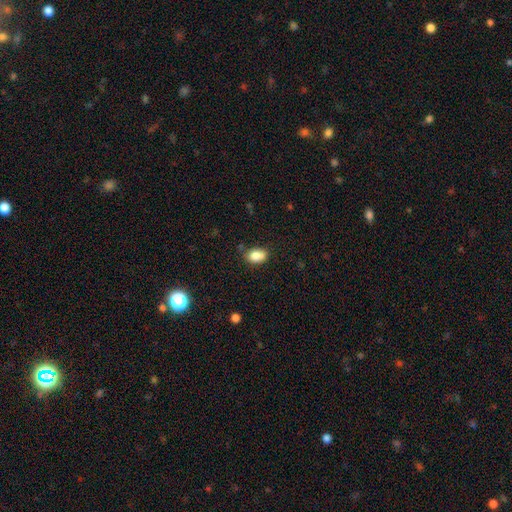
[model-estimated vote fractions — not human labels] Q: Smooth or featured?
A: smooth (84%); runner-up: star or artifact (9%)
Q: How rounded?
A: in between (81%); runner-up: round (18%)
Q: Merging?
A: none (67%); runner-up: minor disturbance (23%)